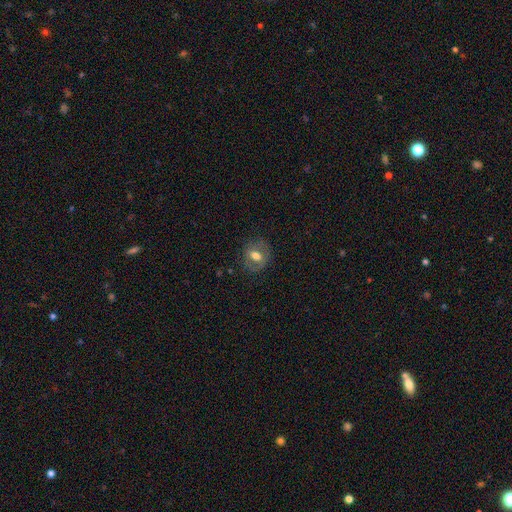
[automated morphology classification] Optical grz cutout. It shows a smooth galaxy with no disk features (53%) that is round (61%). Merging: none (78%).